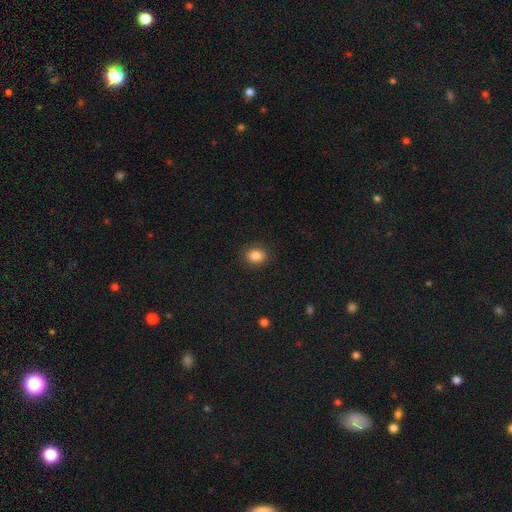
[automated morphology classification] smooth_or_featured: smooth (p=0.85) [alt: star or artifact p=0.10]
how_rounded: round (p=0.56) [alt: in between p=0.43]
merging: none (p=0.89) [alt: minor disturbance p=0.08]